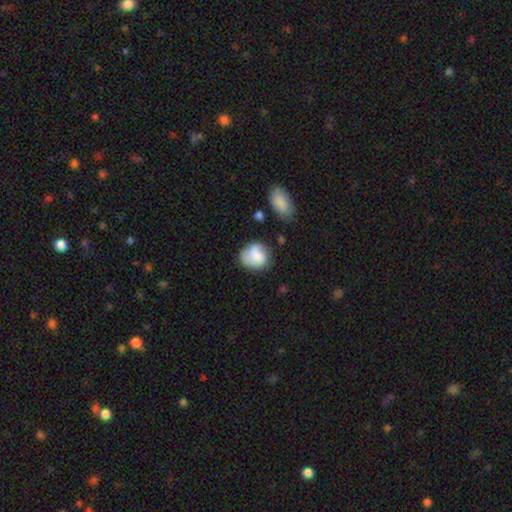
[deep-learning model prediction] Smooth or featured: smooth — 71% (featured or disk — 22%)
How rounded: round — 64% (in between — 34%)
Merging: none — 59% (minor disturbance — 26%)